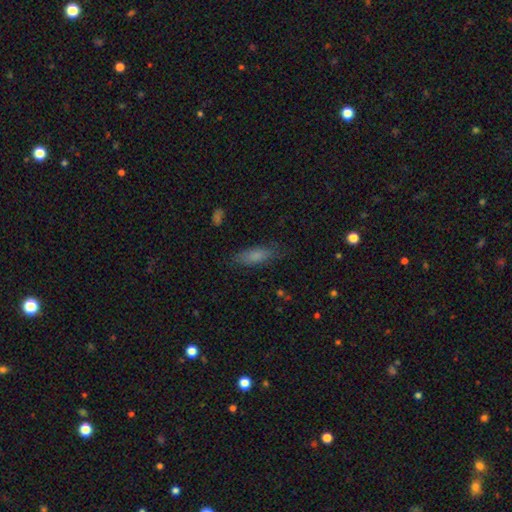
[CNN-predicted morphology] Smooth or featured?
  - smooth: 76% *
  - featured or disk: 15%
  - star or artifact: 9%
How rounded?
  - in between: 55% *
  - cigar-shaped: 43%
  - round: 2%
Merging?
  - none: 78% *
  - minor disturbance: 16%
  - major disturbance: 4%
  - merger: 1%